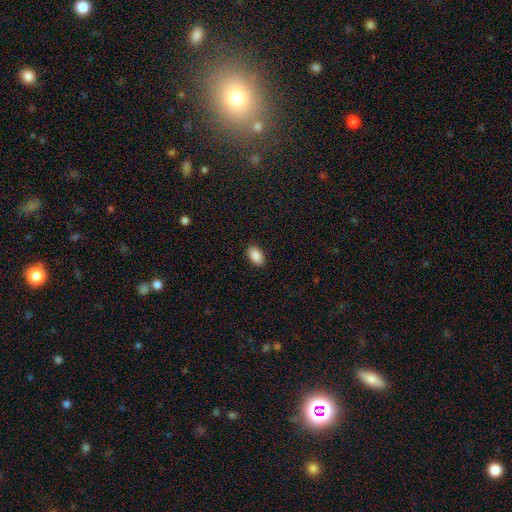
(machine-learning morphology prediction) Smooth or featured: smooth — 89% (star or artifact — 7%)
How rounded: in between — 93% (round — 5%)
Merging: none — 89% (minor disturbance — 8%)